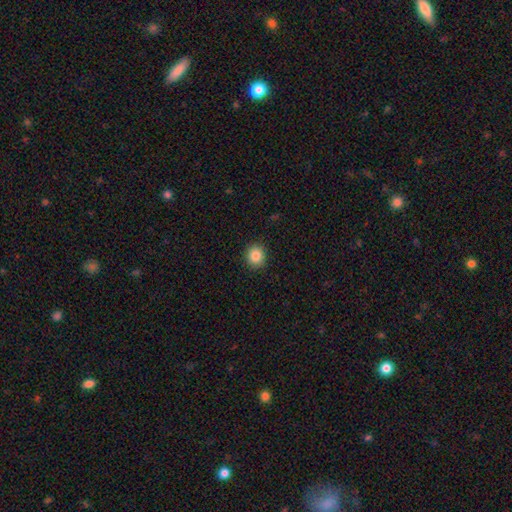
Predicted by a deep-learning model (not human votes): Q: Smooth or featured?
A: smooth (85%); runner-up: star or artifact (10%)
Q: How rounded?
A: round (85%); runner-up: in between (15%)
Q: Merging?
A: none (91%); runner-up: minor disturbance (6%)